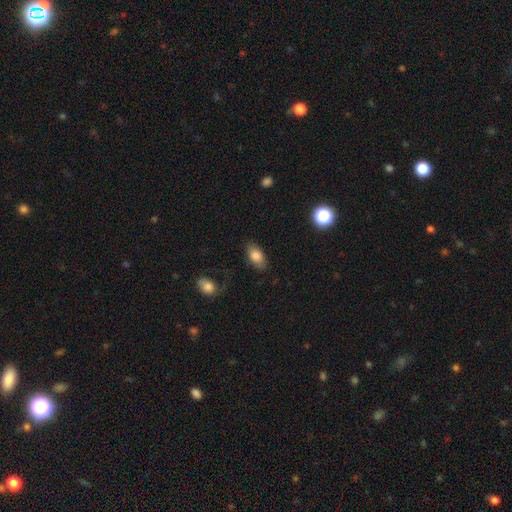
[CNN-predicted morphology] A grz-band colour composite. It shows a smooth galaxy with no disk features (82%) that is in between round and cigar-shaped (92%). Merging: none (81%).